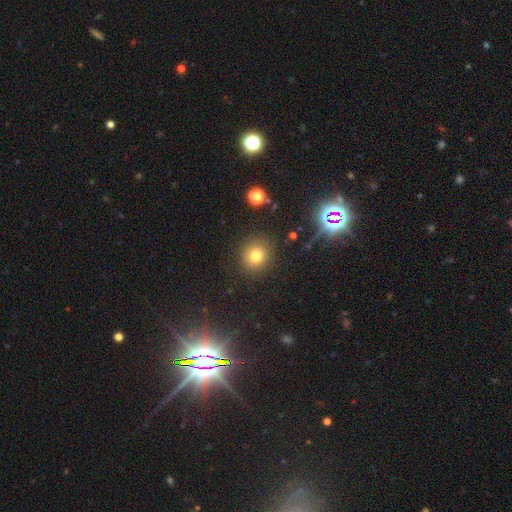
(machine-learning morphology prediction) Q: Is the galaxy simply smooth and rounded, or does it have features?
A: smooth — 77%.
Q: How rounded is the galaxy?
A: round — 87%.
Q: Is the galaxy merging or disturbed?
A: none — 88%.